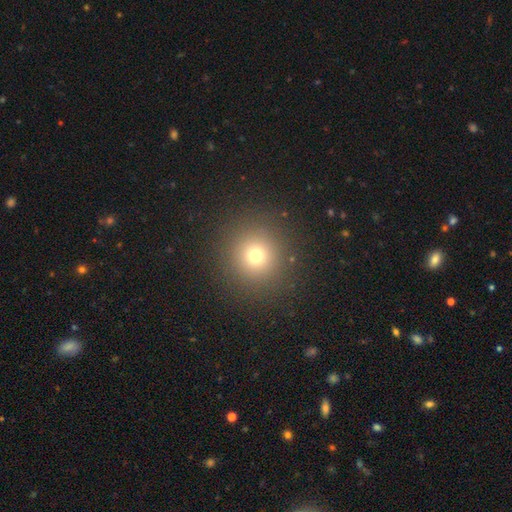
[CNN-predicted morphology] This appears to be a smooth galaxy with no disk features (73%) that is round (94%). Merging: none (90%).